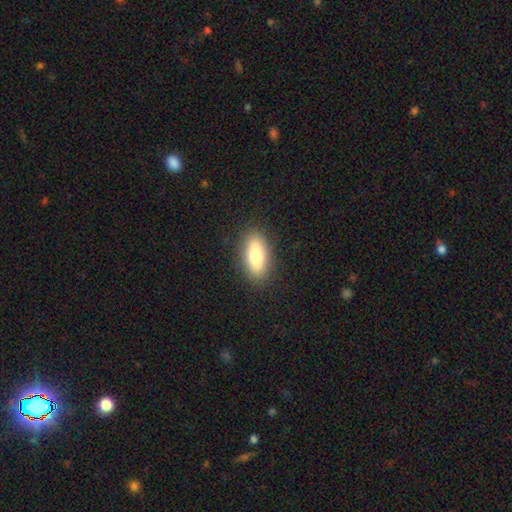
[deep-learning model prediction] Smooth or featured? smooth (76%)
How rounded? in between (80%)
Merging? none (87%)